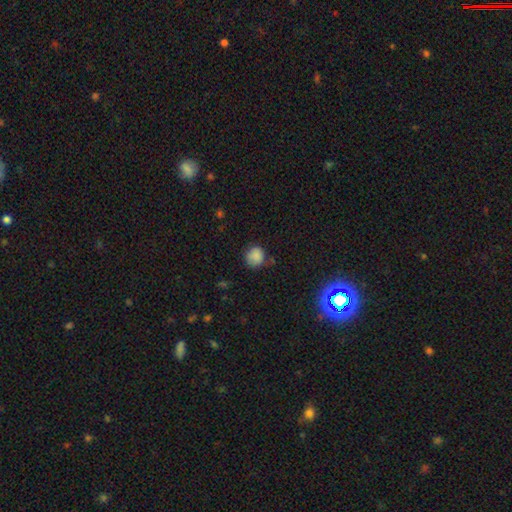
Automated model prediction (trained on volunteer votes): This is clearly a smooth galaxy (84%). How rounded: clearly round (81%). Merging: likely none (70%).